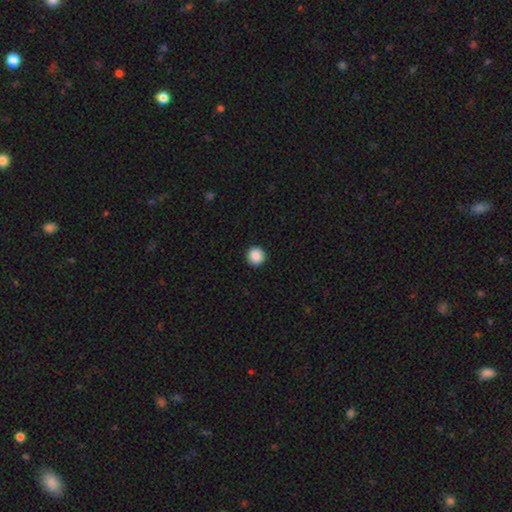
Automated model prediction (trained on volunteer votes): A smooth galaxy with no disk features (89%) that is round (95%).

Vote fractions:
- Smooth or featured? smooth: 89% / star or artifact: 9% / featured or disk: 3%
- How rounded? round: 95% / in between: 4% / cigar-shaped: 1%
- Merging? none: 93% / minor disturbance: 4% / major disturbance: 2% / merger: 1%